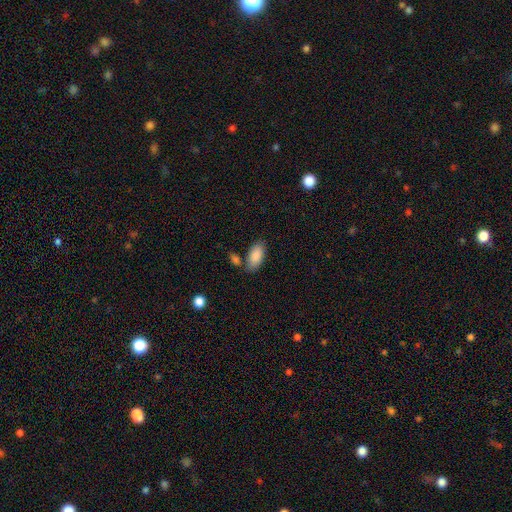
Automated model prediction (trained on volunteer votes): Smooth or featured? Predicted: smooth (p=0.87). How rounded? Predicted: in between (p=0.93). Merging? Predicted: none (p=0.70).